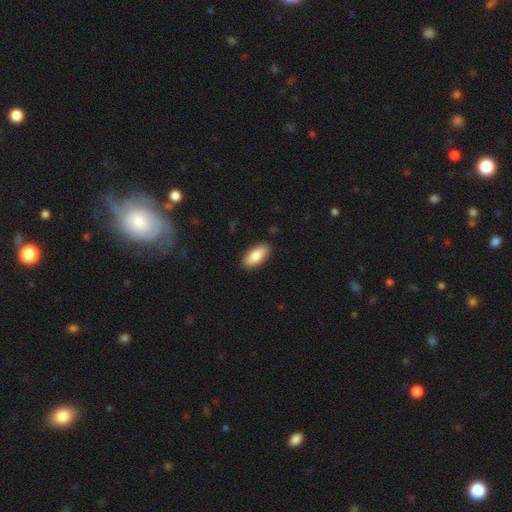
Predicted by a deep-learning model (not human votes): smooth 82%, featured or disk 12%, star or artifact 6%. Down the decision tree: how rounded — in between (87%); merging — none (88%).